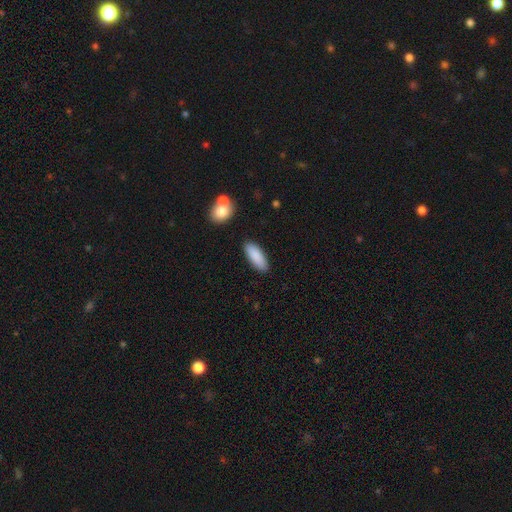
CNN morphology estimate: type=smooth (88%); roundness=in between (67%); merging=none (87%).